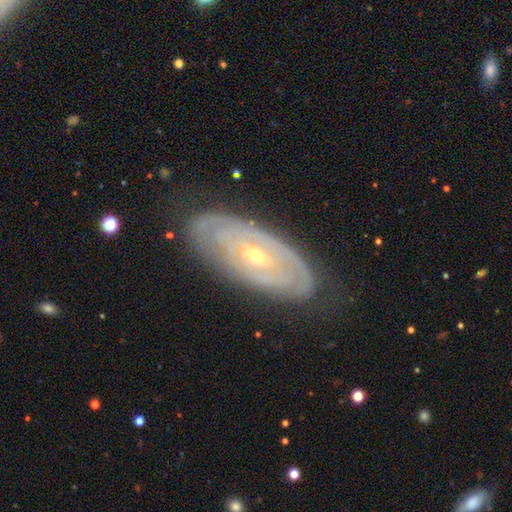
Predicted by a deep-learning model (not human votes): smooth-or-featured: featured or disk: 81% | smooth: 13% | star or artifact: 6%
  disk-edge-on: no: 88% | yes: 12%
    bar: no: 67% | weak: 24% | strong: 10%
    has-spiral-arms: yes: 76% | no: 24%
      spiral-winding: tight: 80% | medium: 16% | loose: 5%
      spiral-arm-count: can't tell: 54% | 2: 23% | 3: 9% | 4: 6% | more than 4: 4% | 1: 4%
    bulge-size: small: 54% | moderate: 43% | large: 1% | dominant: 1% | none: 1%
  merging: none: 82% | minor disturbance: 13% | major disturbance: 4% | merger: 1%